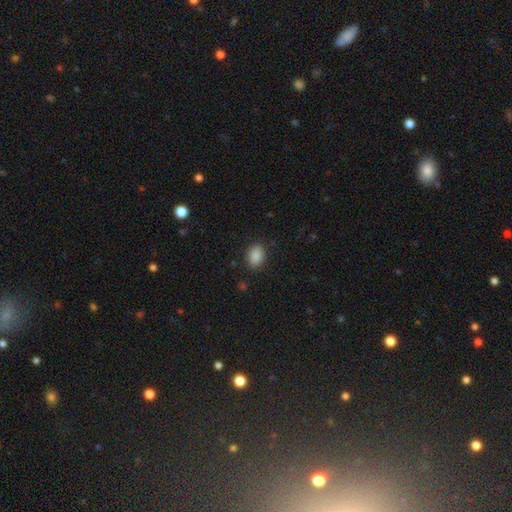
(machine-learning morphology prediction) This is clearly a smooth galaxy (89%). How rounded: likely in between (76%). Merging: clearly none (87%).